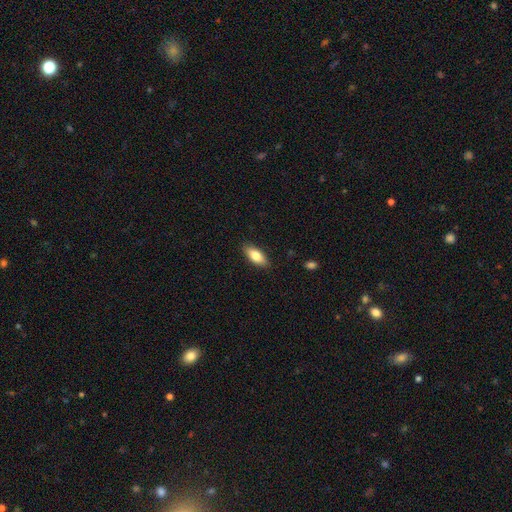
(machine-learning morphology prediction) Q: Smooth or featured?
A: smooth (81%); runner-up: featured or disk (13%)
Q: How rounded?
A: in between (82%); runner-up: cigar-shaped (16%)
Q: Merging?
A: none (87%); runner-up: minor disturbance (10%)